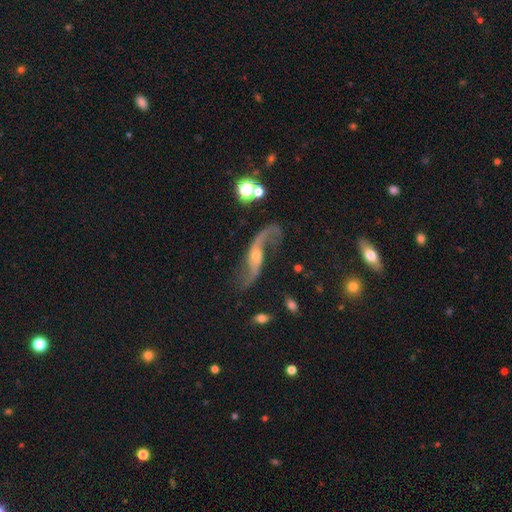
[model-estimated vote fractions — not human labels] Overall: featured or disk (78%). Edge-on disk: no (83%). Bar: no (47%; weak 36%). Spiral arms: yes (92%). Spiral arm count: 2 (89%). Spiral winding: loose (75%). Bulge size: moderate (45%; small 43%). Merging: none (62%).